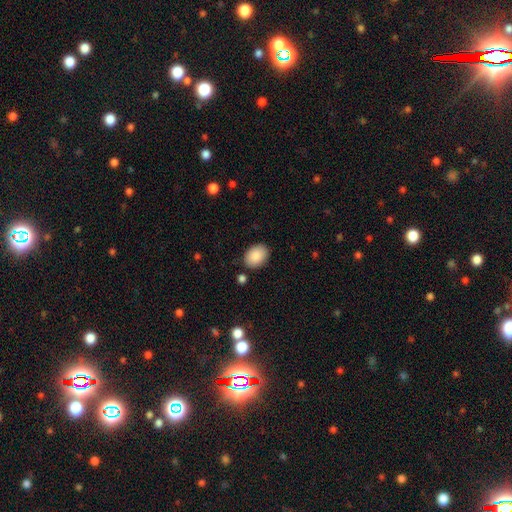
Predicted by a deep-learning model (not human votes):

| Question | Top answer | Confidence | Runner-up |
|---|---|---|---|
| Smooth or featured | smooth | 89% | star or artifact (7%) |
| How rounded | in between | 81% | round (18%) |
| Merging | none | 85% | minor disturbance (10%) |